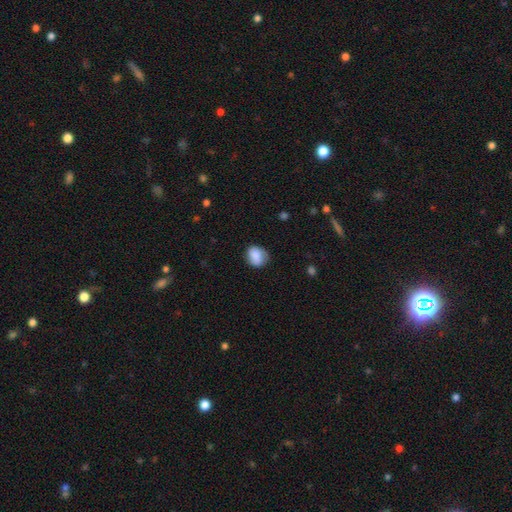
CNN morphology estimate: This appears to be a smooth galaxy with no disk features (83%) that is round (52%). Merging: none (69%).